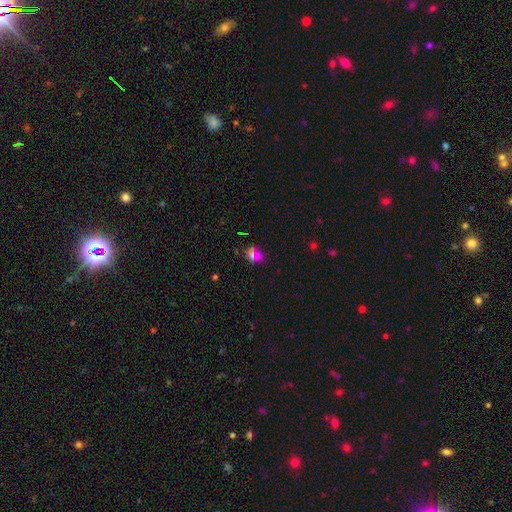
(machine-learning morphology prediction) Q: Smooth or featured?
A: smooth (57%); runner-up: star or artifact (26%)
Q: How rounded?
A: round (53%); runner-up: in between (45%)
Q: Merging?
A: none (52%); runner-up: merger (27%)